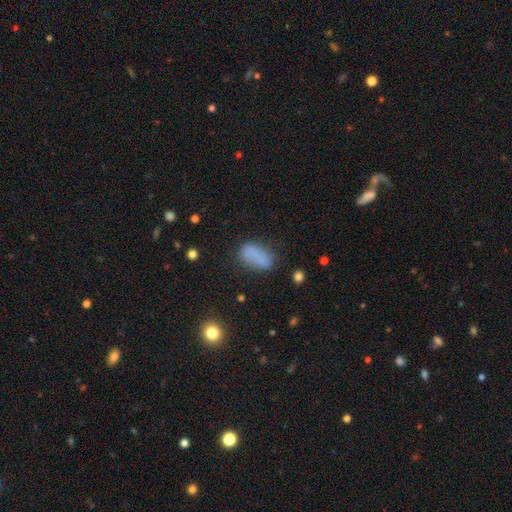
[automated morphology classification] Overall: smooth (76%). How rounded: in between (90%). Merging: none (57%; minor disturbance 24%).